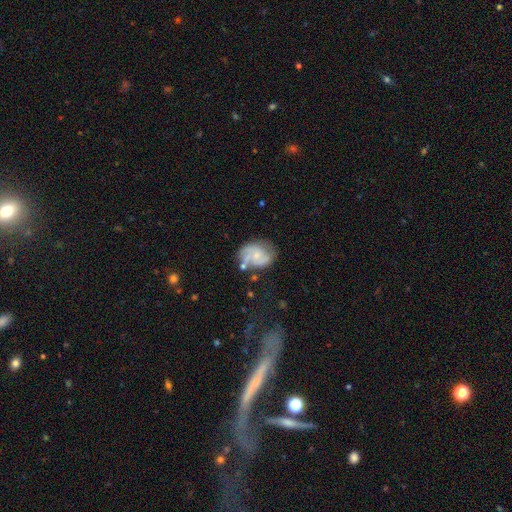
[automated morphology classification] Q: Smooth or featured?
A: featured or disk (66%); runner-up: smooth (26%)
Q: Edge-on disk?
A: no (98%); runner-up: yes (2%)
Q: Bar?
A: no (69%); runner-up: weak (27%)
Q: Spiral arms?
A: yes (87%); runner-up: no (13%)
Q: Spiral winding?
A: medium (45%); runner-up: tight (33%)
Q: Spiral arm count?
A: 2 (49%); runner-up: can't tell (20%)
Q: Bulge size?
A: small (61%); runner-up: moderate (25%)
Q: Merging?
A: none (53%); runner-up: minor disturbance (25%)